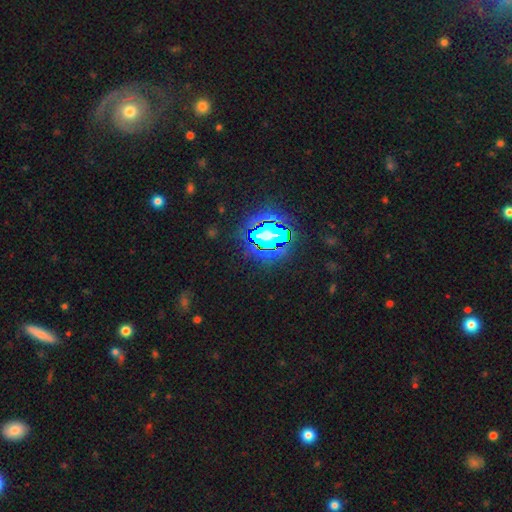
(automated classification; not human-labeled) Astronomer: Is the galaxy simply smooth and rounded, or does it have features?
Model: star or artifact — 77%.